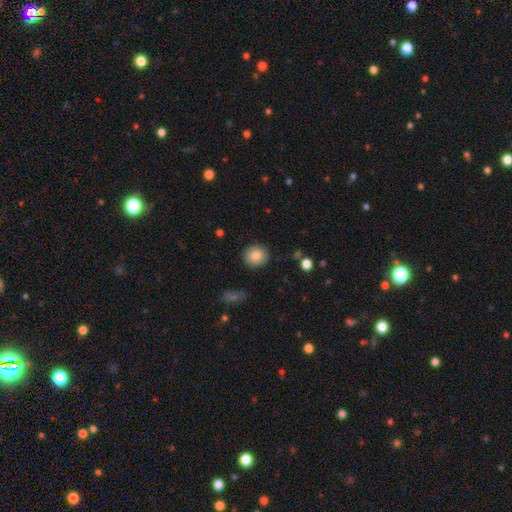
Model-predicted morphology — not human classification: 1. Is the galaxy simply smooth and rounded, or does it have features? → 84% smooth, 8% star or artifact, 8% featured or disk.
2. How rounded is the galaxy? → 85% round, 14% in between, 1% cigar-shaped.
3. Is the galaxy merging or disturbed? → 88% none, 8% minor disturbance, 2% major disturbance, 1% merger.